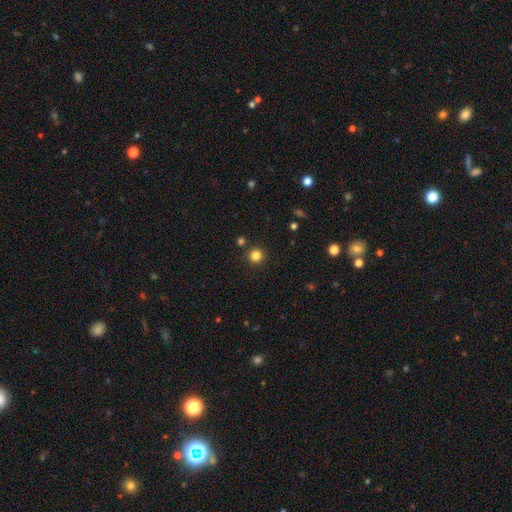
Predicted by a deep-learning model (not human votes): A smooth galaxy with no disk features (82%) that is round (95%).

Vote fractions:
- Smooth or featured? smooth: 82% / star or artifact: 13% / featured or disk: 4%
- How rounded? round: 95% / in between: 4% / cigar-shaped: 1%
- Merging? none: 91% / minor disturbance: 5% / merger: 3% / major disturbance: 2%